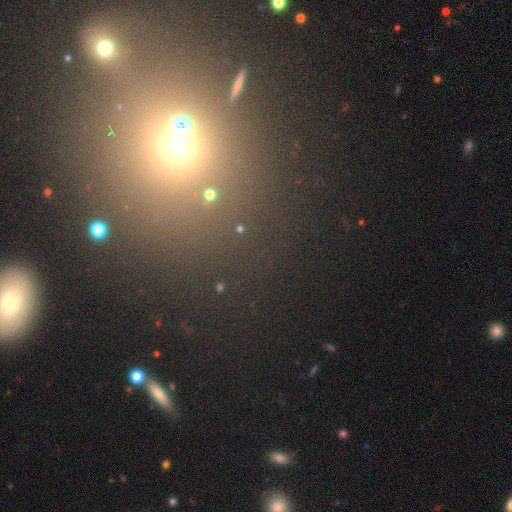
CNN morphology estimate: Smooth or featured? Predicted: star or artifact (p=0.55).